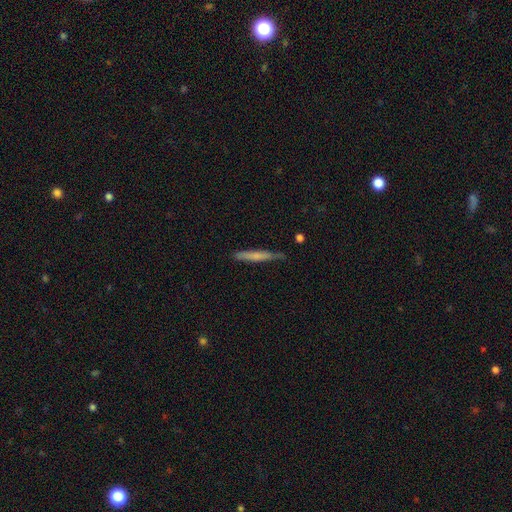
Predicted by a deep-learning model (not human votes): Q: Smooth or featured?
A: smooth (60%); runner-up: featured or disk (34%)
Q: How rounded?
A: cigar-shaped (95%); runner-up: in between (4%)
Q: Merging?
A: none (77%); runner-up: minor disturbance (18%)